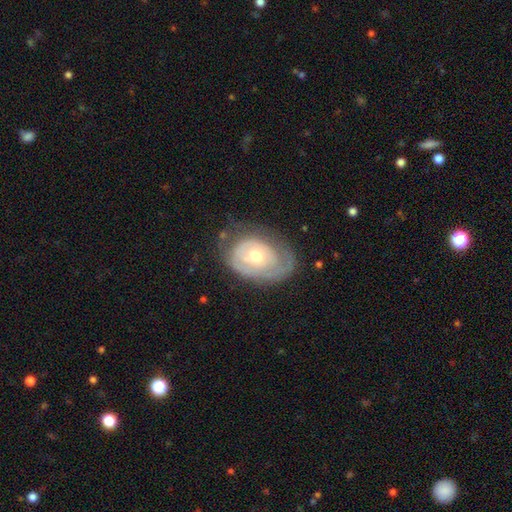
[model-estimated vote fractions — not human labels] Smooth or featured? featured or disk (72%)
Edge-on disk? no (96%)
Bar? no (79%)
Spiral arms? yes (70%)
Bulge size? moderate (68%)
Merging? none (55%)